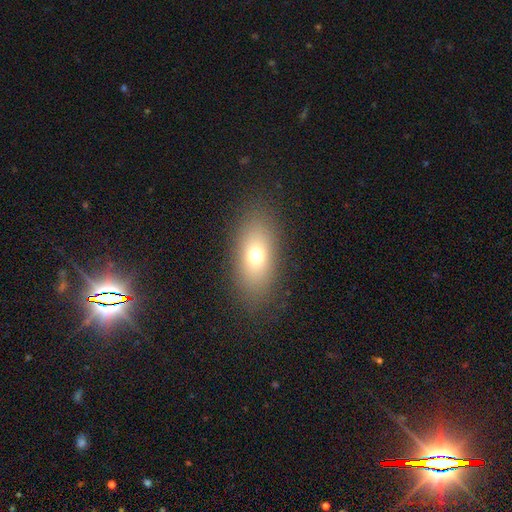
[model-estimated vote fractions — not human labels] The model was most divided on "smooth or featured": smooth: 69%, featured or disk: 17%, star or artifact: 13%. More confident: merging — none (84%); how rounded — in between (83%).